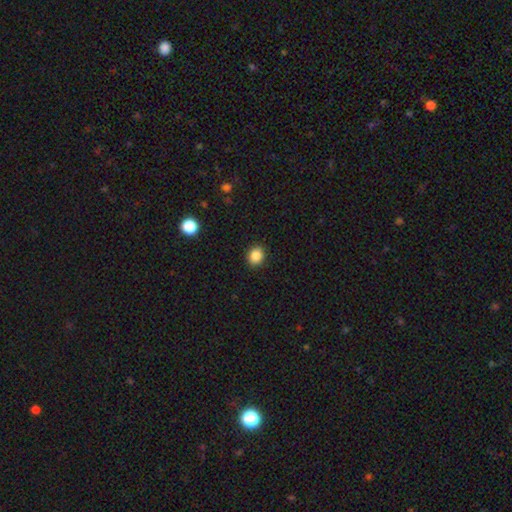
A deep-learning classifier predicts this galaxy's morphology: This is clearly a smooth galaxy (87%). How rounded: likely round (64%). Merging: clearly none (90%).